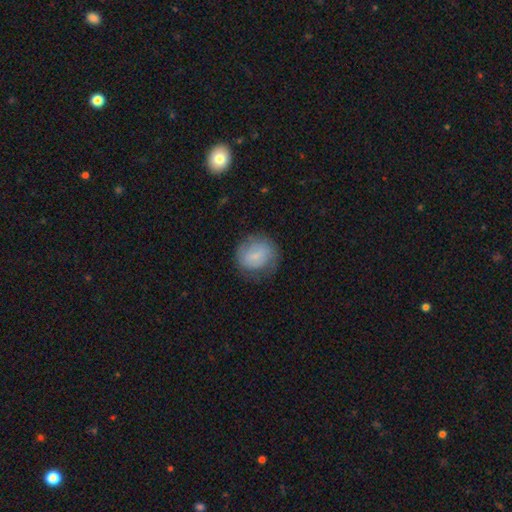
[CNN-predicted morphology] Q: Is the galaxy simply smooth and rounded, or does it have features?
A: smooth — 65%.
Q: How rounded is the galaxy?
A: round — 79%.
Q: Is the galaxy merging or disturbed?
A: none — 66%.